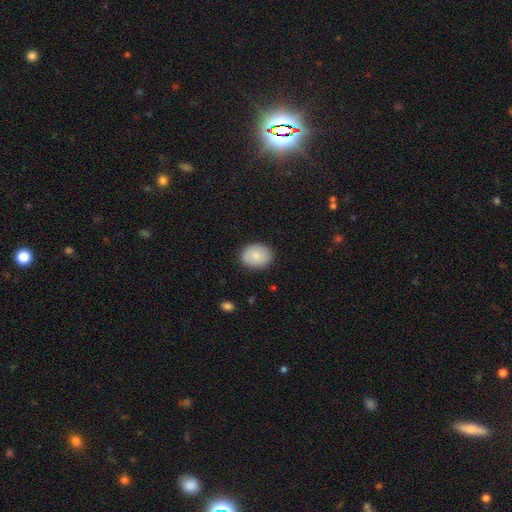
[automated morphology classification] This is clearly a smooth galaxy (83%). How rounded: possibly in between (54%). Merging: clearly none (87%).